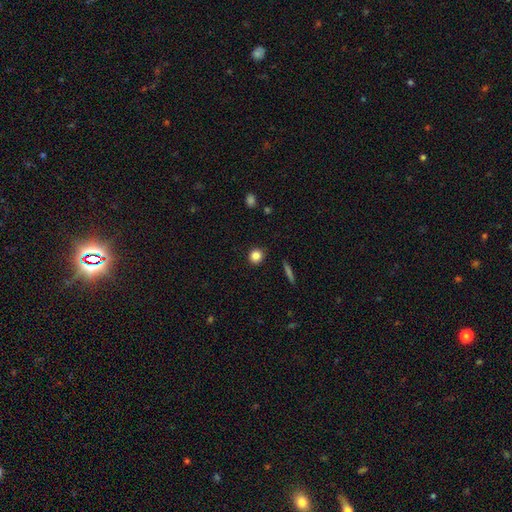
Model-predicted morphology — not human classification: type=smooth (84%); roundness=round (89%); merging=none (90%).